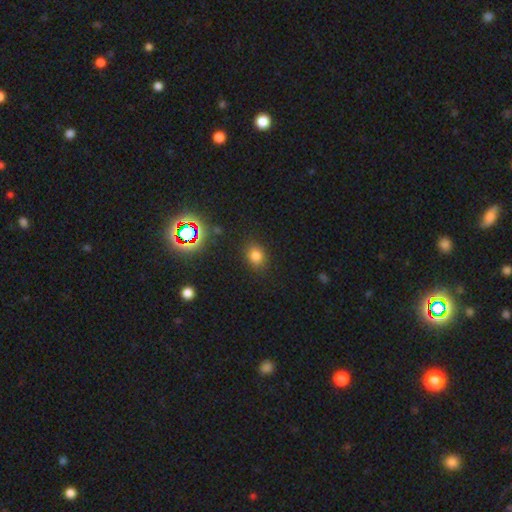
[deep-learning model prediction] smooth-or-featured: smooth: 76% | star or artifact: 17% | featured or disk: 7%
  how-rounded: round: 55% | in between: 44% | cigar-shaped: 1%
  merging: none: 85% | minor disturbance: 10% | major disturbance: 3% | merger: 2%